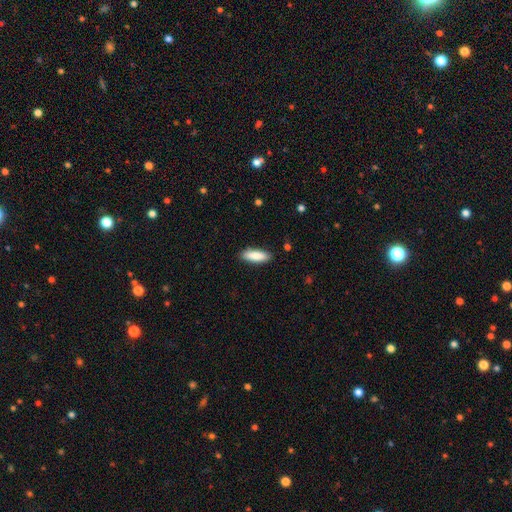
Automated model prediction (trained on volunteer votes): Smooth or featured? Predicted: smooth (p=0.85). How rounded? Predicted: in between (p=0.52). Merging? Predicted: none (p=0.88).